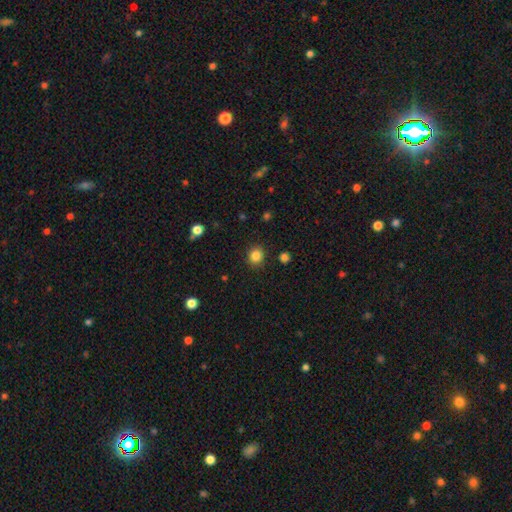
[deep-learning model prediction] Smooth or featured?
  - smooth: 84% *
  - star or artifact: 11%
  - featured or disk: 4%
How rounded?
  - round: 85% *
  - in between: 14%
  - cigar-shaped: 1%
Merging?
  - none: 89% *
  - minor disturbance: 7%
  - major disturbance: 2%
  - merger: 2%